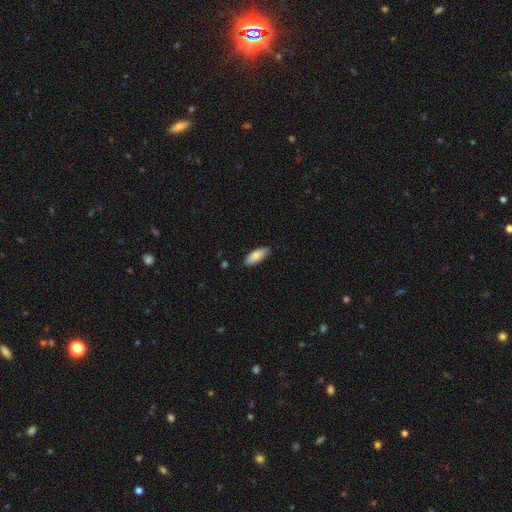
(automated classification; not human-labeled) Q: Smooth or featured?
A: smooth (85%); runner-up: featured or disk (9%)
Q: How rounded?
A: in between (77%); runner-up: cigar-shaped (22%)
Q: Merging?
A: none (84%); runner-up: minor disturbance (13%)